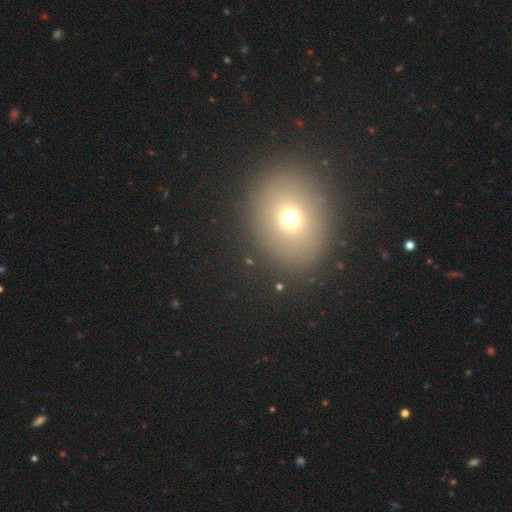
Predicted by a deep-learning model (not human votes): Smooth or featured? Predicted: smooth (p=0.67). How rounded? Predicted: round (p=0.64). Merging? Predicted: none (p=0.90).